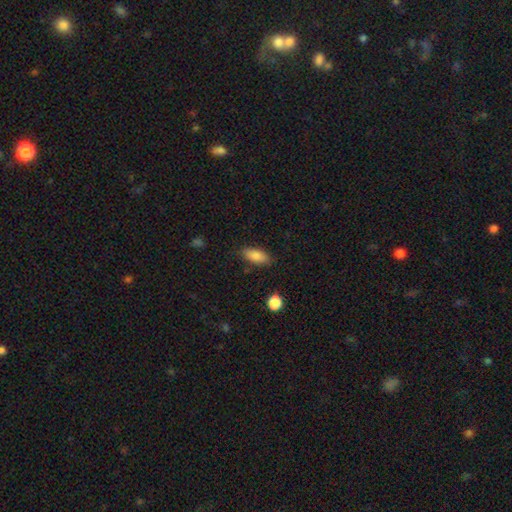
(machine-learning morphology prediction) Smooth or featured? smooth (85%)
How rounded? in between (82%)
Merging? none (82%)